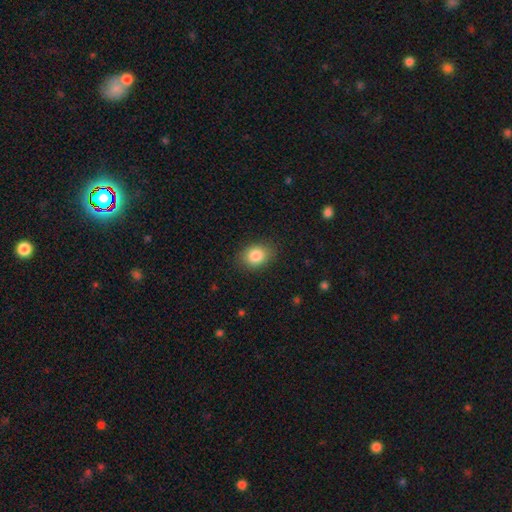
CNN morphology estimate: This is clearly a smooth galaxy (85%). How rounded: likely in between (60%). Merging: clearly none (85%).